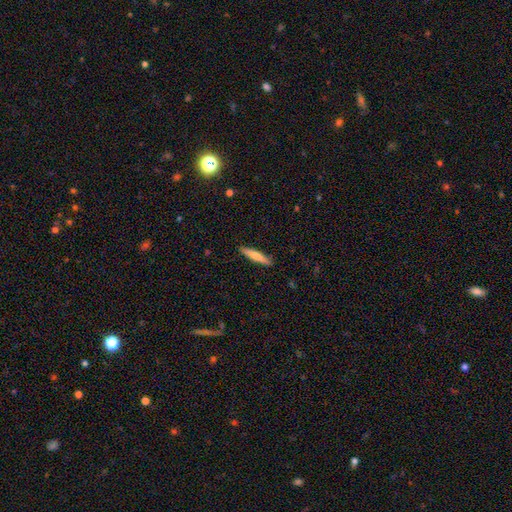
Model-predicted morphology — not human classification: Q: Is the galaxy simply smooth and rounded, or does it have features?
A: smooth — 70%.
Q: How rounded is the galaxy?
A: cigar-shaped — 90%.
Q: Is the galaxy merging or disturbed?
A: none — 90%.